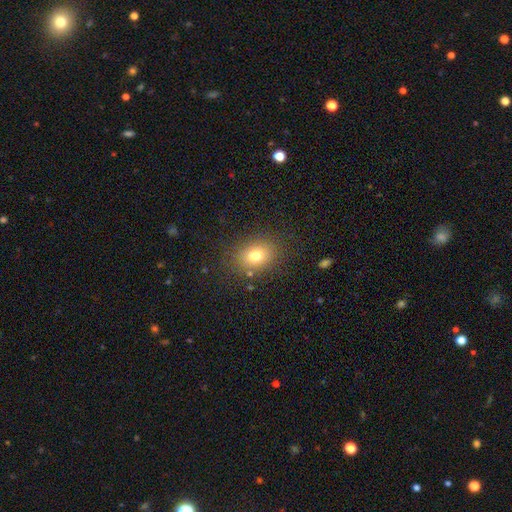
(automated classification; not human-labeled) This is likely a smooth galaxy (75%). How rounded: likely in between (62%). Merging: clearly none (82%).